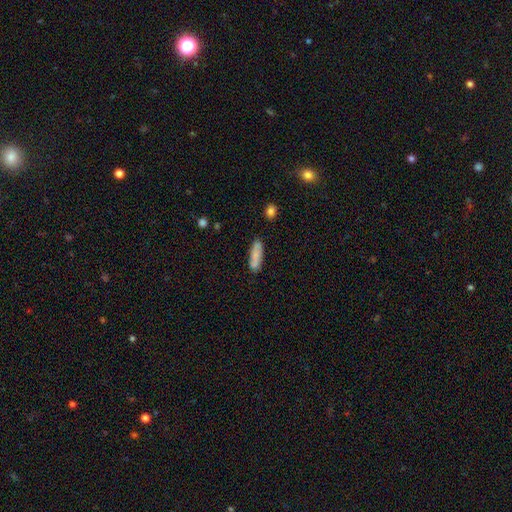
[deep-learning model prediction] Smooth or featured?
  - smooth: 78% *
  - featured or disk: 15%
  - star or artifact: 7%
How rounded?
  - cigar-shaped: 59% *
  - in between: 39%
  - round: 2%
Merging?
  - none: 79% *
  - minor disturbance: 14%
  - merger: 4%
  - major disturbance: 3%